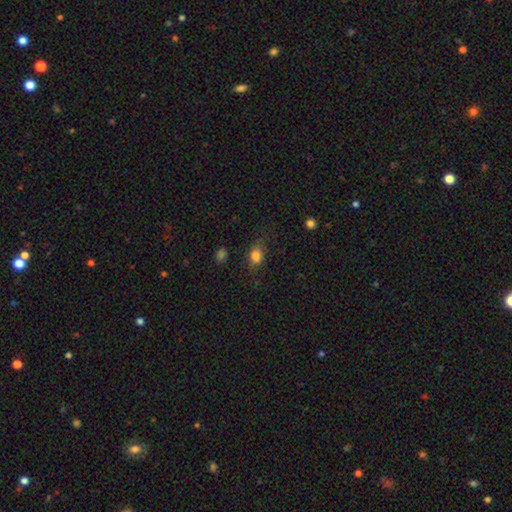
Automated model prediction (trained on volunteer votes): Smooth or featured: smooth — 80% (star or artifact — 13%)
How rounded: in between — 73% (round — 25%)
Merging: none — 61% (minor disturbance — 24%)